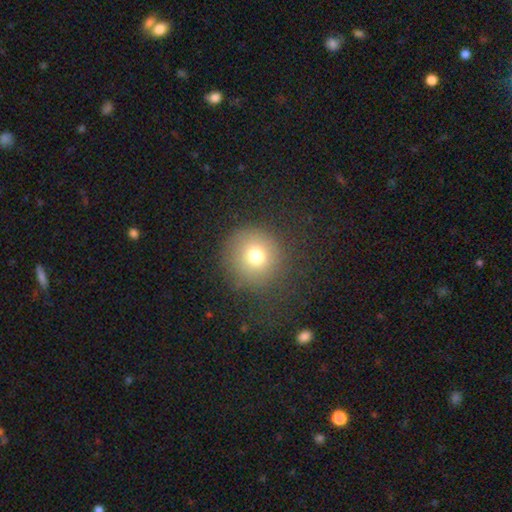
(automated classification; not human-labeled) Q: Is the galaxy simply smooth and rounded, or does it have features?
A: smooth — 72%.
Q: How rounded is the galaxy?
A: round — 94%.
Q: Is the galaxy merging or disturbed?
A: none — 81%.